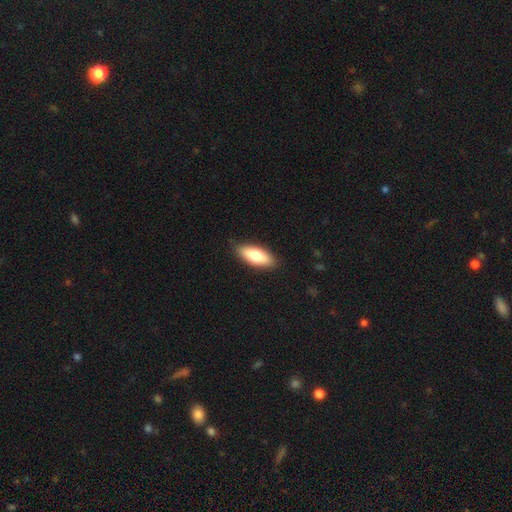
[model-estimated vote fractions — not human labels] Smooth or featured? Predicted: smooth (p=0.75). How rounded? Predicted: in between (p=0.69). Merging? Predicted: none (p=0.88).